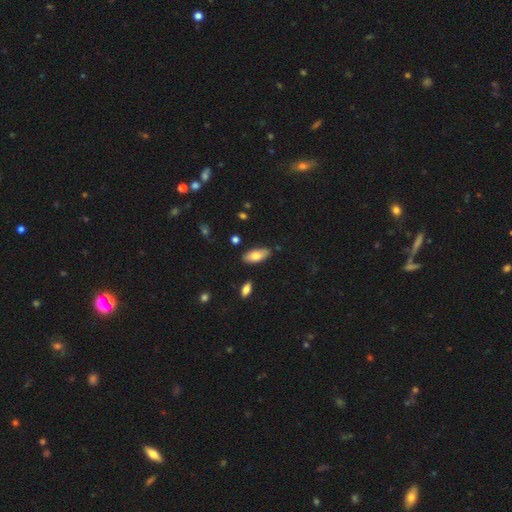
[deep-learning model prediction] Smooth or featured? smooth (75%)
How rounded? in between (87%)
Merging? none (83%)